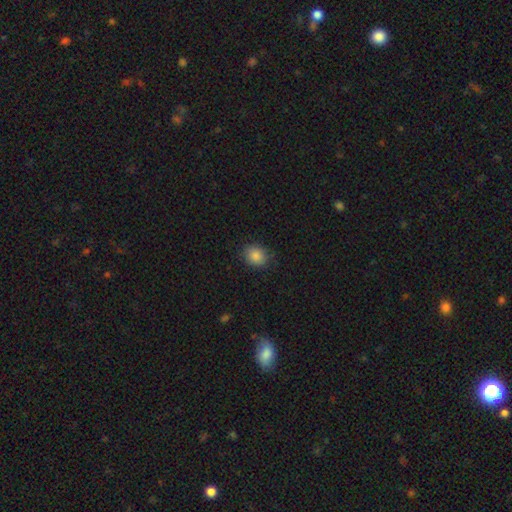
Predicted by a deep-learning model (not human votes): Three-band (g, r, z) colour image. It shows a smooth galaxy with no disk features (86%) that is round (62%). Merging: none (86%).